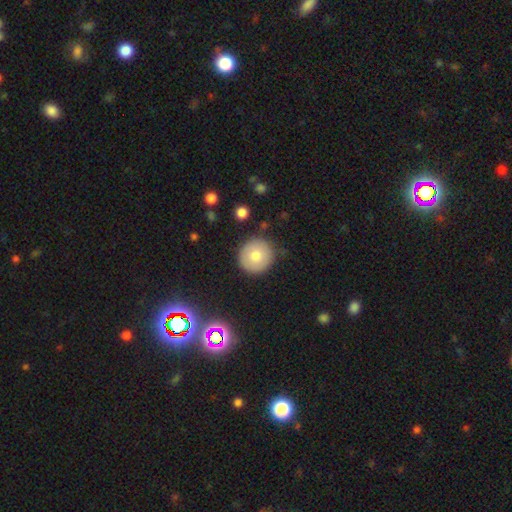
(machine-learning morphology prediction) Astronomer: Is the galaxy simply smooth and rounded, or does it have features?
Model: smooth — 75%.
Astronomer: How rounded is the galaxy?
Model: round — 94%.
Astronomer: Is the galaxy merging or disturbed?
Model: none — 87%.